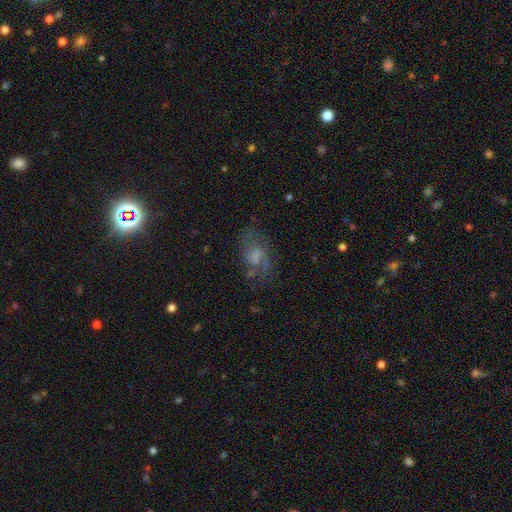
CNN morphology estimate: This appears to be a featured or disk galaxy (50%). Merging: none (57%).